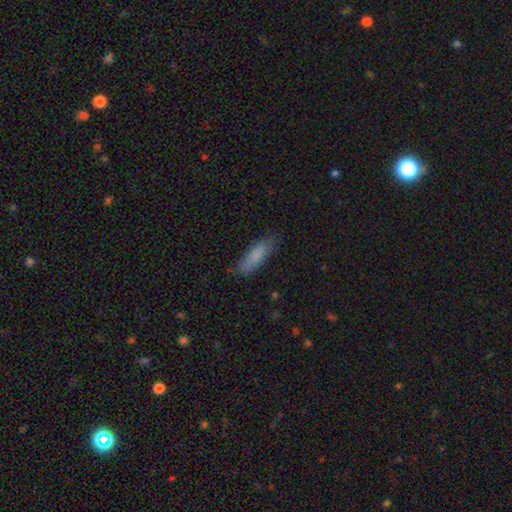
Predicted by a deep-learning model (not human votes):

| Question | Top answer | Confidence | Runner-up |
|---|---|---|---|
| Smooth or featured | smooth | 82% | featured or disk (12%) |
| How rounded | cigar-shaped | 52% | in between (47%) |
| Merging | none | 75% | minor disturbance (19%) |